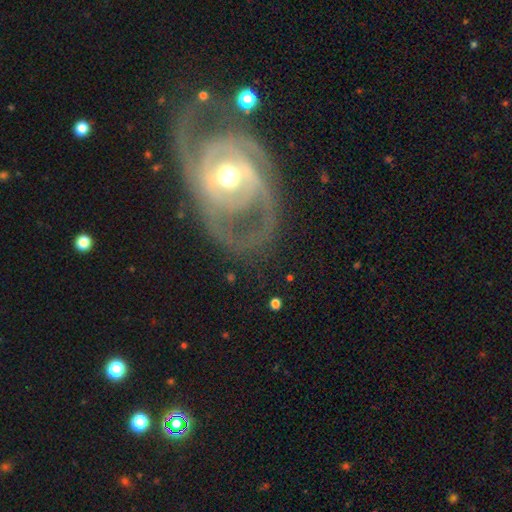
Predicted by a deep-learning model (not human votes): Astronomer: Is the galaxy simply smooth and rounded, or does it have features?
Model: featured or disk — 88%.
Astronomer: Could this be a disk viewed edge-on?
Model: no — 97%.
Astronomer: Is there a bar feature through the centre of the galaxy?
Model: no — 49% (runner-up: weak, 31%).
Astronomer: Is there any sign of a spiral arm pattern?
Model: yes — 93%.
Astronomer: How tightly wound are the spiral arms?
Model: tight — 51% (runner-up: medium, 38%).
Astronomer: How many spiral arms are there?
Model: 2 — 45% (runner-up: 3, 22%).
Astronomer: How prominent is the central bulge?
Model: moderate — 71%.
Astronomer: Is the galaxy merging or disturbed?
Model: none — 64%.